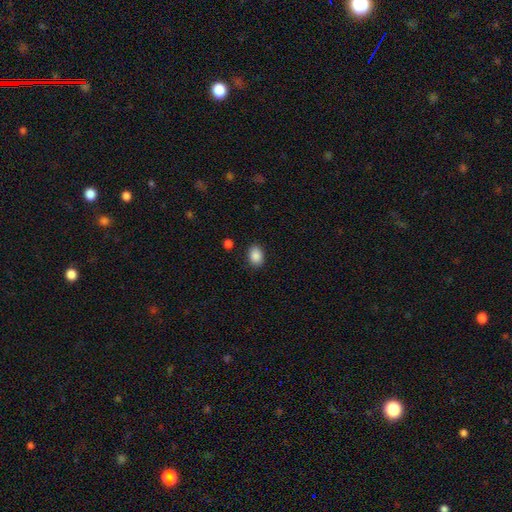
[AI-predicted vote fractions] A smooth galaxy with no disk features (89%) that is in between round and cigar-shaped (72%).

Vote fractions:
- Smooth or featured? smooth: 89% / star or artifact: 8% / featured or disk: 3%
- How rounded? in between: 72% / round: 27% / cigar-shaped: 1%
- Merging? none: 86% / minor disturbance: 9% / major disturbance: 3% / merger: 2%